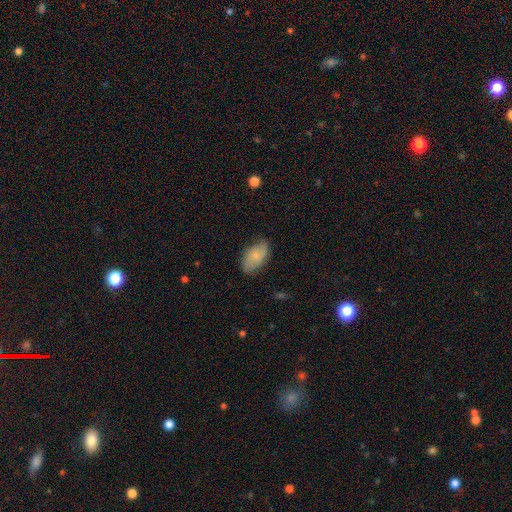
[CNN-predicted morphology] This is likely a smooth galaxy (63%). How rounded: clearly in between (93%). Merging: likely none (70%).